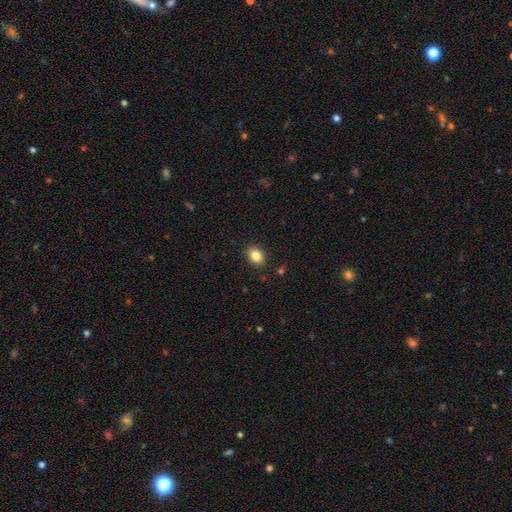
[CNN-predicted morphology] smooth-or-featured: smooth: 84% | star or artifact: 9% | featured or disk: 7%
  how-rounded: in between: 64% | round: 35% | cigar-shaped: 1%
  merging: none: 89% | minor disturbance: 8% | major disturbance: 2% | merger: 1%